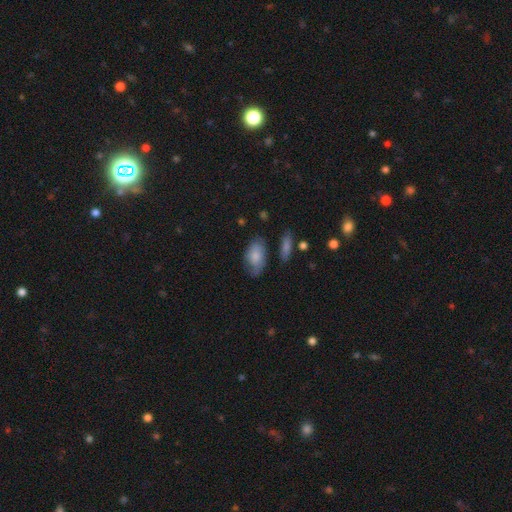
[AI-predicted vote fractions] Smooth or featured? Predicted: smooth (p=0.77). How rounded? Predicted: in between (p=0.92). Merging? Predicted: none (p=0.61).